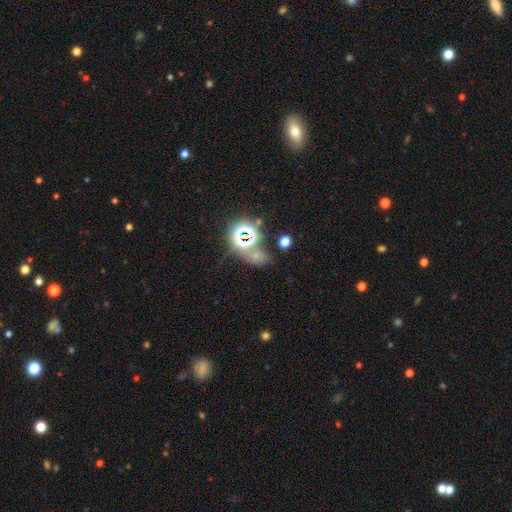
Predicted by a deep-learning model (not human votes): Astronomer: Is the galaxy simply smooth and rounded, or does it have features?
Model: star or artifact — 48% (runner-up: smooth, 42%).